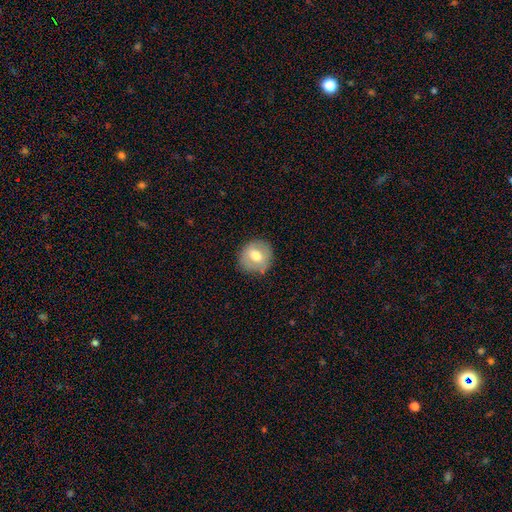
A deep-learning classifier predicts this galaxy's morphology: Smooth or featured? Predicted: smooth (p=0.61). How rounded? Predicted: round (p=0.85). Merging? Predicted: none (p=0.83).